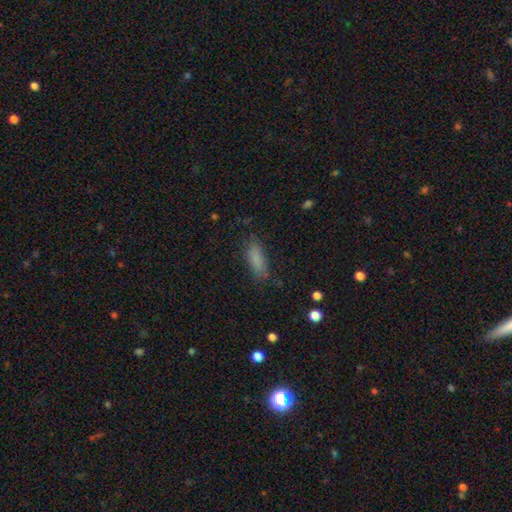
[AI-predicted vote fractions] The model was most divided on "how rounded": in between: 57%, cigar-shaped: 41%, round: 2%. More confident: smooth or featured — smooth (82%); merging — none (79%).